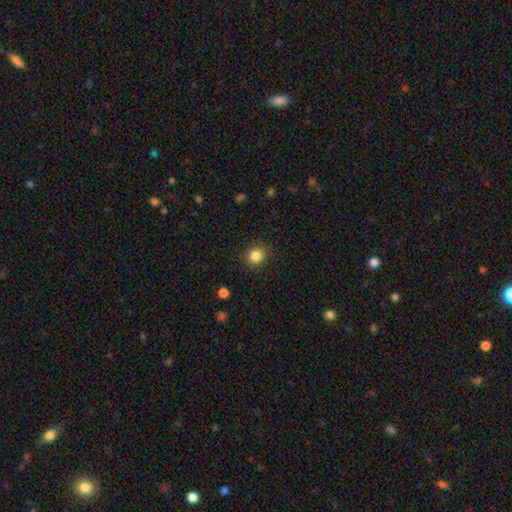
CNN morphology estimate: Smooth or featured? smooth (84%)
How rounded? round (84%)
Merging? none (89%)